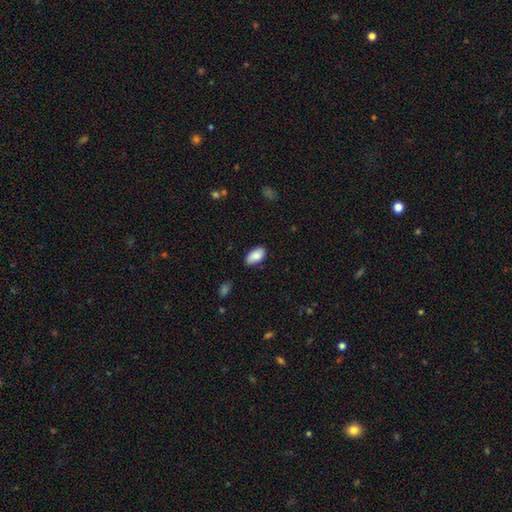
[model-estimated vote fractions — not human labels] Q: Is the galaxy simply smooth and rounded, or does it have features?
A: smooth — 86%.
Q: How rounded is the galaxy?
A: in between — 94%.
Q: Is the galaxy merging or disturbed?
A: none — 81%.